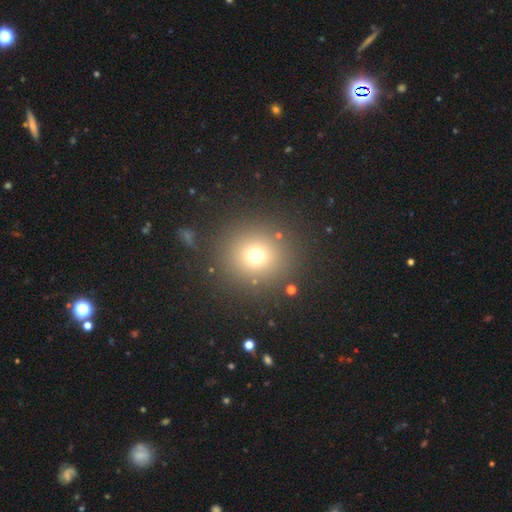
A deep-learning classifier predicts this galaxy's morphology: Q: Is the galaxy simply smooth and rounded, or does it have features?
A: smooth — 69%.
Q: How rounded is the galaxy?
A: round — 92%.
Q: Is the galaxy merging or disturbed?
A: none — 86%.